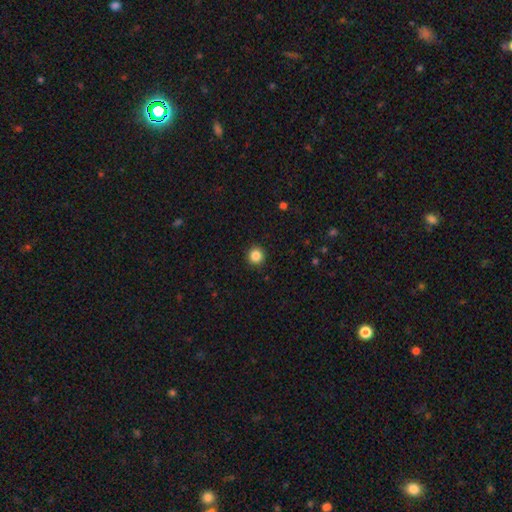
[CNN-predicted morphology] smooth 86%, star or artifact 11%, featured or disk 4%. Down the decision tree: how rounded — round (93%); merging — none (92%).